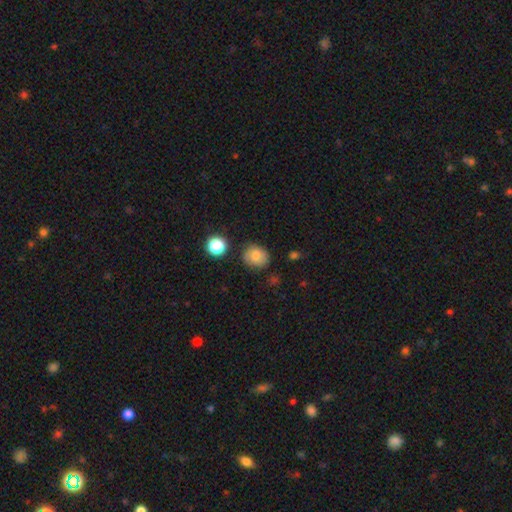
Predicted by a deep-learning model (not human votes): Smooth or featured? smooth (69%)
How rounded? round (66%)
Merging? none (74%)